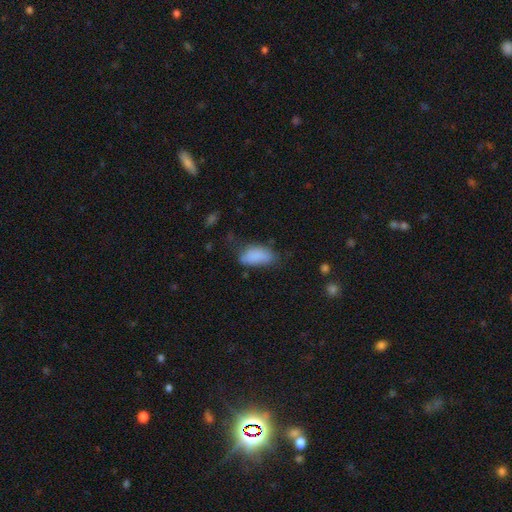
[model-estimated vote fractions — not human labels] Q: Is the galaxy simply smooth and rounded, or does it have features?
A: smooth — 83%.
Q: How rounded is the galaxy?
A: in between — 90%.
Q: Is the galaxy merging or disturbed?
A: none — 46%.